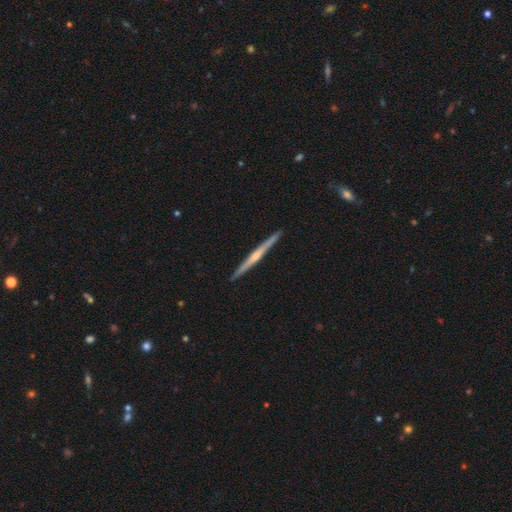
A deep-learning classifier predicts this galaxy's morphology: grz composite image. It shows a featured or disk galaxy (78%) viewed edge-on (98%) with a rounded central bulge (73%). Merging: none (91%).